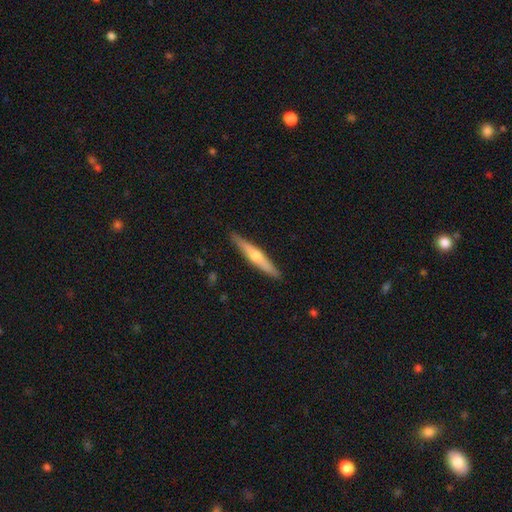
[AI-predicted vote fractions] Smooth or featured? Predicted: featured or disk (p=0.59). Edge-on disk? Predicted: yes (p=0.96). Edge-on bulge? Predicted: rounded (p=0.88). Merging? Predicted: none (p=0.91).